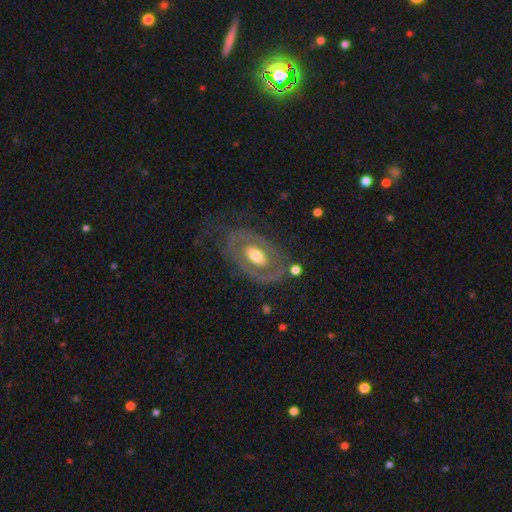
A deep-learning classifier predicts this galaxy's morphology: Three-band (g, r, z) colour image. It shows a featured or disk galaxy (67%) with no bar (76%), no spiral arms (62%) and a moderate central bulge (63%). Merging: none (66%).